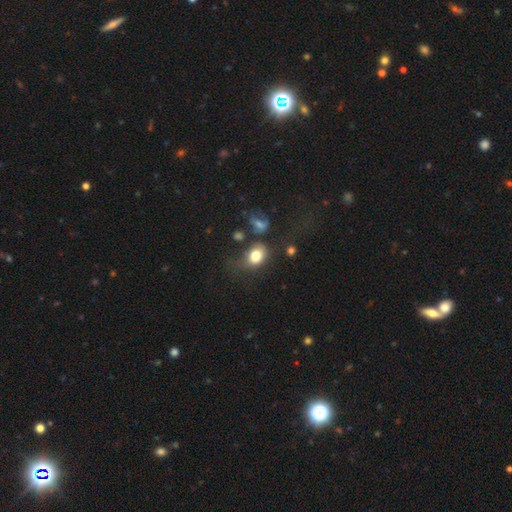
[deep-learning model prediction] Smooth or featured? Predicted: smooth (p=0.79). How rounded? Predicted: in between (p=0.58). Merging? Predicted: none (p=0.45).